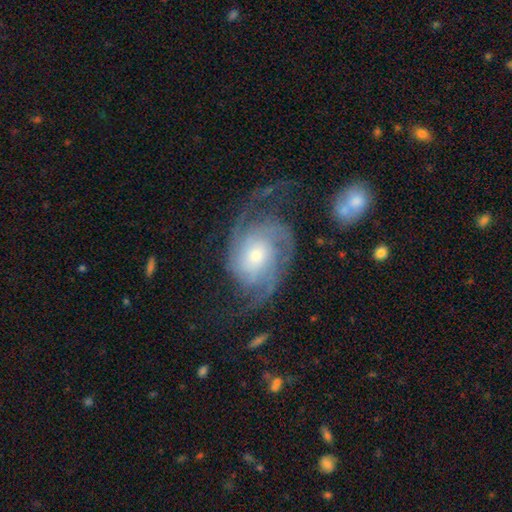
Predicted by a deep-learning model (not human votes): Smooth or featured?
  - featured or disk: 89% *
  - smooth: 6%
  - star or artifact: 5%
Edge-on disk?
  - no: 97% *
  - yes: 3%
Bar?
  - no: 69% *
  - weak: 25%
  - strong: 6%
Spiral arms?
  - yes: 98% *
  - no: 2%
Spiral winding?
  - medium: 44% *
  - tight: 38%
  - loose: 18%
Spiral arm count?
  - 2: 42% *
  - 3: 28%
  - can't tell: 12%
  - 4: 8%
  - 1: 6%
  - more than 4: 5%
Bulge size?
  - moderate: 47% *
  - small: 41%
  - large: 8%
  - none: 2%
  - dominant: 2%
Merging?
  - none: 63% *
  - major disturbance: 18%
  - minor disturbance: 17%
  - merger: 2%